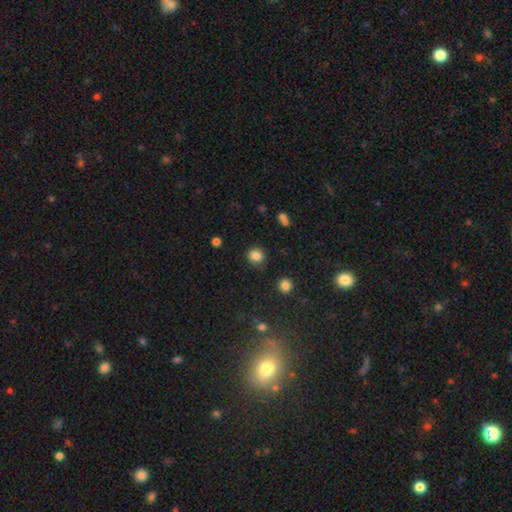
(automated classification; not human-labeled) The model was most divided on "smooth or featured": smooth: 84%, star or artifact: 12%, featured or disk: 4%. More confident: how rounded — round (88%); merging — none (85%).